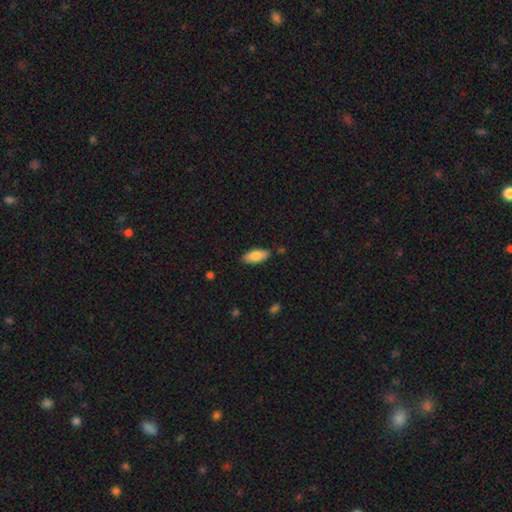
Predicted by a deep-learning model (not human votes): Morphology: type=smooth (84%); roundness=in between (84%); merging=none (85%).